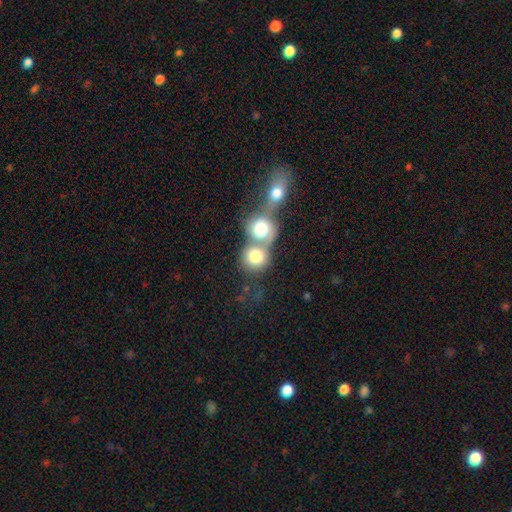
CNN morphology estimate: type=smooth (75%); roundness=round (79%); merging=merger (67%).